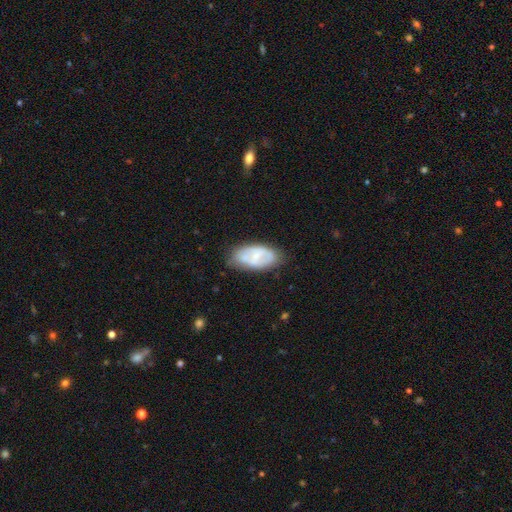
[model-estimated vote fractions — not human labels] A featured or disk galaxy (50%). Merging: none (73%).